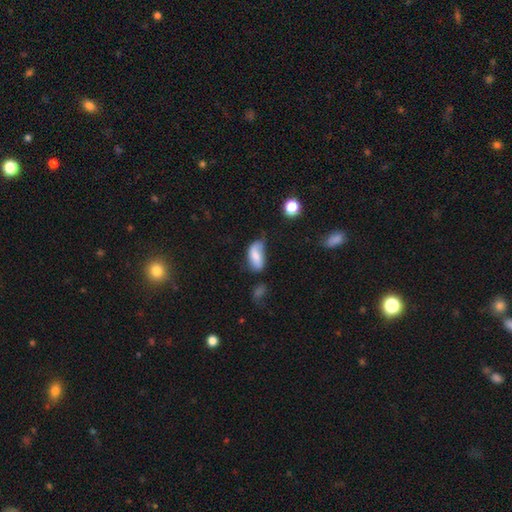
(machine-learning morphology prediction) The model was most divided on "merging": minor disturbance: 39%, none: 36%, major disturbance: 18%, merger: 7%. More confident: how rounded — in between (90%); smooth or featured — smooth (69%).